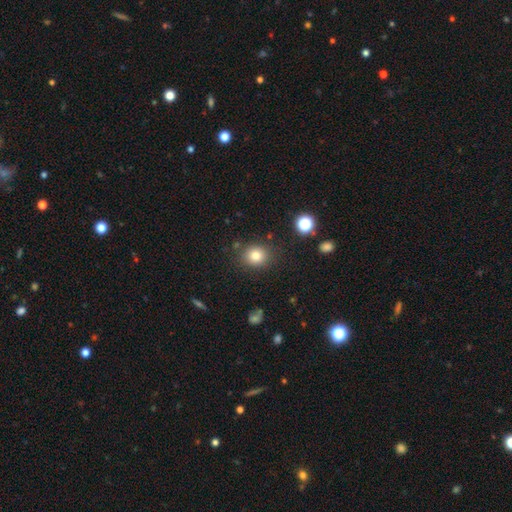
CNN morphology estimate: A smooth galaxy with no disk features (80%) that is round (76%).

Vote fractions:
- Smooth or featured? smooth: 80% / star or artifact: 12% / featured or disk: 7%
- How rounded? round: 76% / in between: 23% / cigar-shaped: 1%
- Merging? none: 83% / minor disturbance: 10% / major disturbance: 4% / merger: 3%